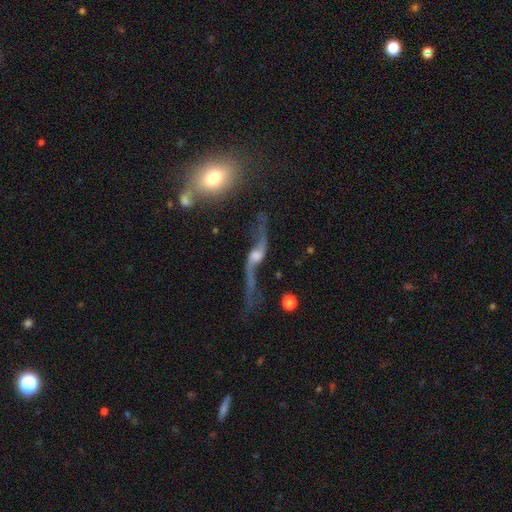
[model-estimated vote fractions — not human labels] This appears to be a featured or disk galaxy (86%) with no bar (49%), 2 (93%) loose (94%) spiral arms (94%) and a moderate central bulge (43%). Merging: none (56%).